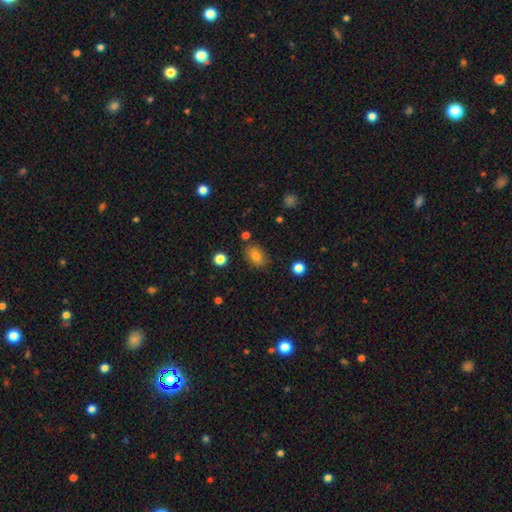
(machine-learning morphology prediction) Smooth or featured: smooth — 80% (star or artifact — 10%)
How rounded: in between — 79% (round — 19%)
Merging: none — 81% (minor disturbance — 13%)